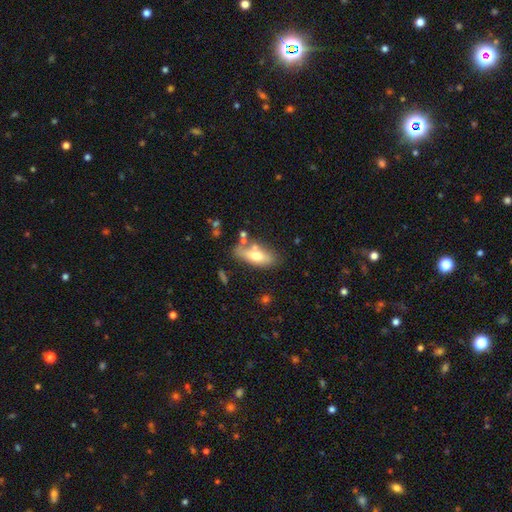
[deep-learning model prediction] A smooth galaxy with no disk features (65%) that is in between round and cigar-shaped (75%).

Vote fractions:
- Smooth or featured? smooth: 65% / featured or disk: 28% / star or artifact: 7%
- How rounded? in between: 75% / cigar-shaped: 21% / round: 3%
- Merging? none: 65% / minor disturbance: 19% / merger: 10% / major disturbance: 6%